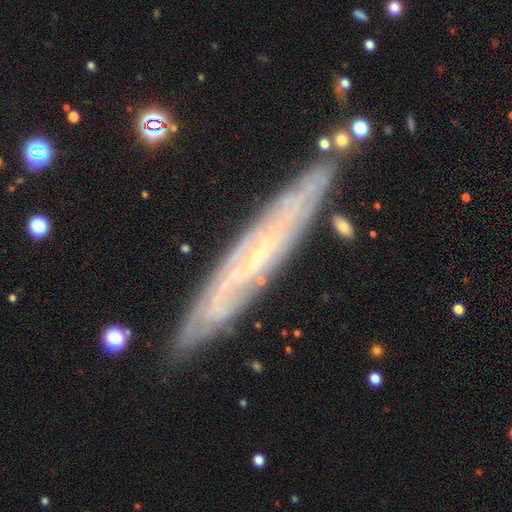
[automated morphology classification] Smooth or featured?
  - featured or disk: 75% *
  - smooth: 17%
  - star or artifact: 8%
Edge-on disk?
  - yes: 64% *
  - no: 36%
Merging?
  - none: 85% *
  - minor disturbance: 11%
  - major disturbance: 2%
  - merger: 2%